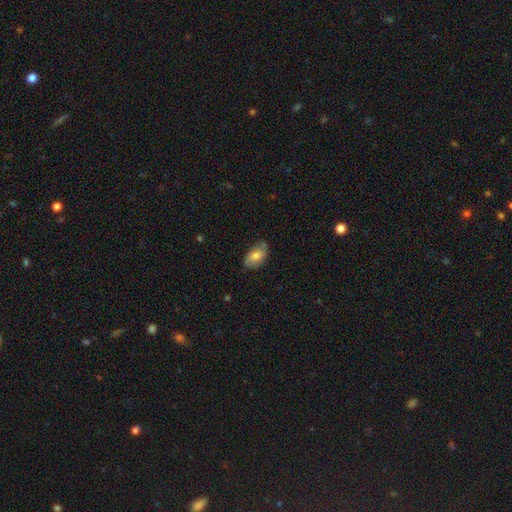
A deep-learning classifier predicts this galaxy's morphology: Smooth or featured? smooth (66%)
How rounded? in between (92%)
Merging? none (66%)